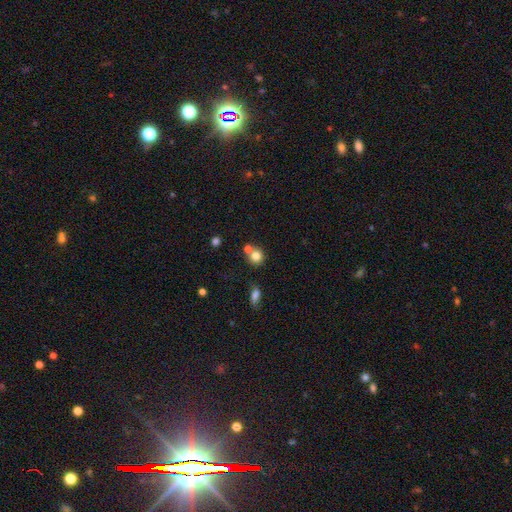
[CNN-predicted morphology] Smooth or featured?
  - smooth: 78% *
  - star or artifact: 12%
  - featured or disk: 10%
How rounded?
  - round: 86% *
  - in between: 13%
  - cigar-shaped: 1%
Merging?
  - none: 56% *
  - merger: 32%
  - minor disturbance: 9%
  - major disturbance: 3%